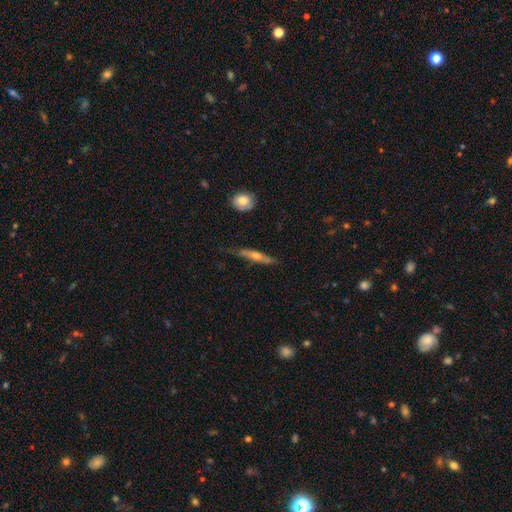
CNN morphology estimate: A featured or disk galaxy (54%) viewed edge-on (90%). Merging: none (73%).